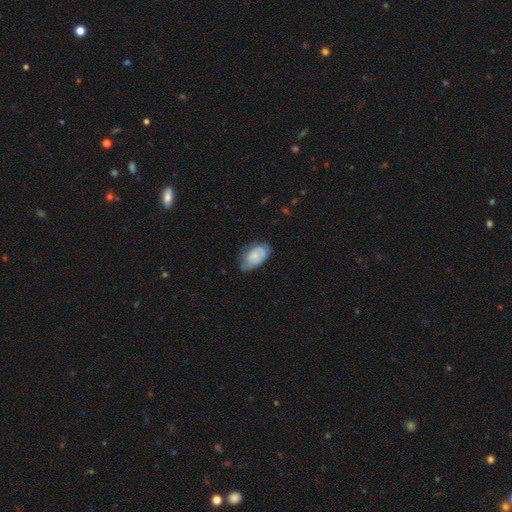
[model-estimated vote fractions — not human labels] Smooth or featured?
  - smooth: 47% *
  - featured or disk: 46%
  - star or artifact: 7%
Merging?
  - none: 51% *
  - minor disturbance: 36%
  - major disturbance: 11%
  - merger: 2%